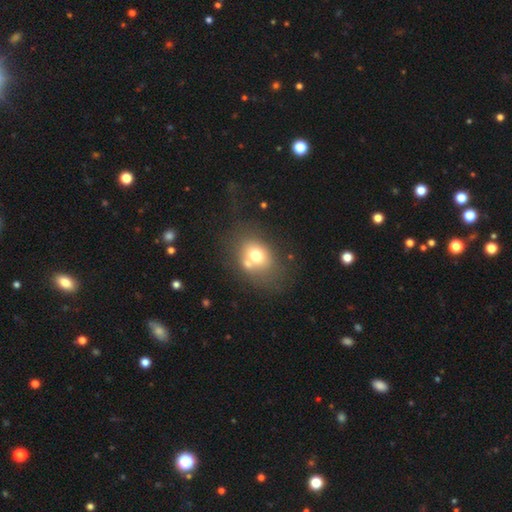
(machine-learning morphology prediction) A smooth galaxy with no disk features (67%) that is in between round and cigar-shaped (58%). Merging: none (50%).